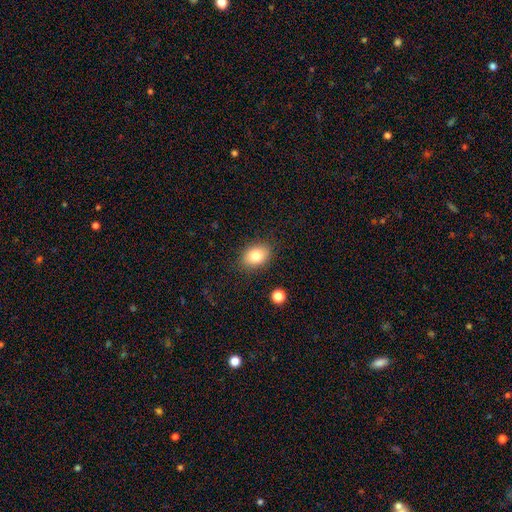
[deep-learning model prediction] Q: Smooth or featured?
A: smooth (81%); runner-up: featured or disk (10%)
Q: How rounded?
A: in between (74%); runner-up: round (25%)
Q: Merging?
A: none (86%); runner-up: minor disturbance (10%)